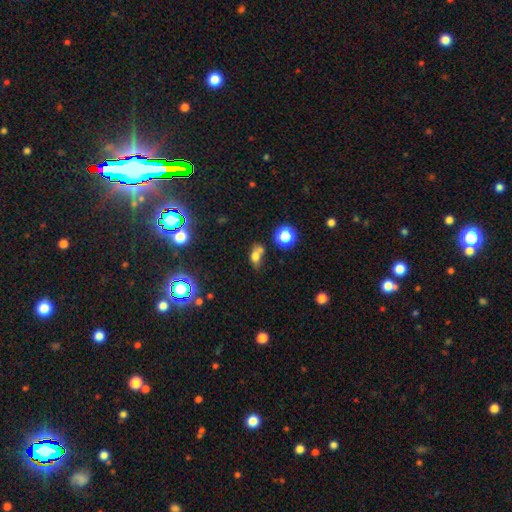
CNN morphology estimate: A smooth galaxy with no disk features (68%) that is in between round and cigar-shaped (66%).

Vote fractions:
- Smooth or featured? smooth: 68% / star or artifact: 18% / featured or disk: 15%
- How rounded? in between: 66% / round: 30% / cigar-shaped: 4%
- Merging? none: 38% / merger: 37% / minor disturbance: 17% / major disturbance: 9%